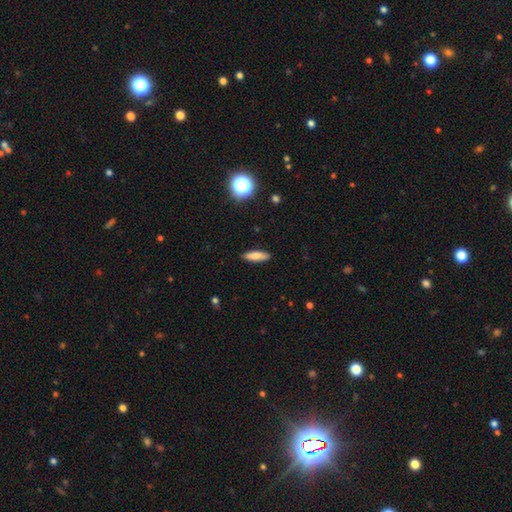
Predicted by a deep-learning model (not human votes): Smooth or featured?
  - smooth: 78% *
  - featured or disk: 14%
  - star or artifact: 8%
How rounded?
  - cigar-shaped: 53% *
  - in between: 45%
  - round: 3%
Merging?
  - none: 89% *
  - minor disturbance: 8%
  - major disturbance: 2%
  - merger: 1%